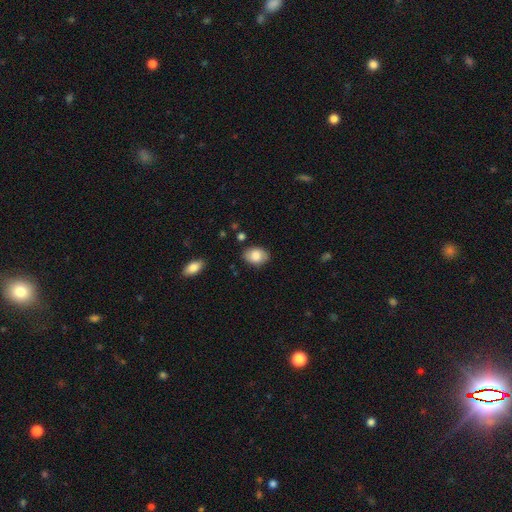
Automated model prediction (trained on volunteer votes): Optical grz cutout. It shows a smooth galaxy with no disk features (84%) that is in between round and cigar-shaped (80%). Merging: none (84%).